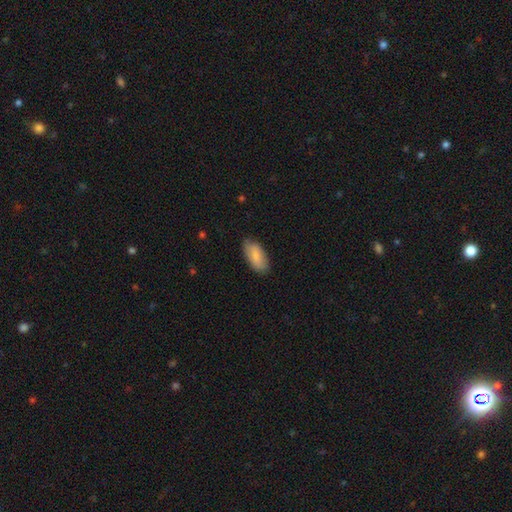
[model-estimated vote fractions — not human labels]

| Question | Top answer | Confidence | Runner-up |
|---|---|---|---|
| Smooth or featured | smooth | 85% | featured or disk (9%) |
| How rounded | in between | 90% | cigar-shaped (8%) |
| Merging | none | 83% | minor disturbance (14%) |